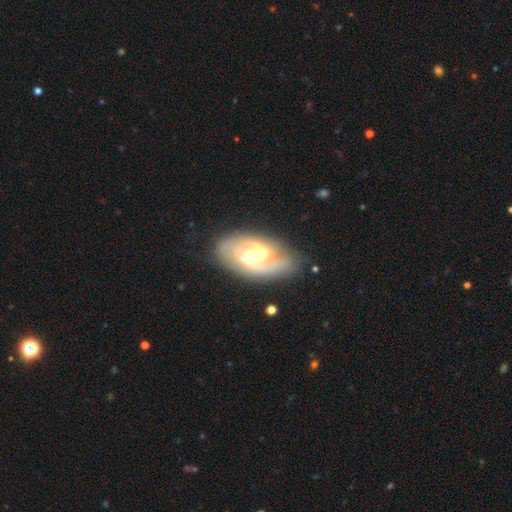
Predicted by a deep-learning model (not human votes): Q: Smooth or featured?
A: featured or disk (81%); runner-up: smooth (13%)
Q: Edge-on disk?
A: no (95%); runner-up: yes (5%)
Q: Bar?
A: weak (46%); runner-up: strong (30%)
Q: Spiral arms?
A: yes (88%); runner-up: no (12%)
Q: Spiral winding?
A: medium (43%); runner-up: tight (38%)
Q: Spiral arm count?
A: 2 (70%); runner-up: can't tell (15%)
Q: Bulge size?
A: moderate (63%); runner-up: large (23%)
Q: Merging?
A: none (74%); runner-up: minor disturbance (17%)